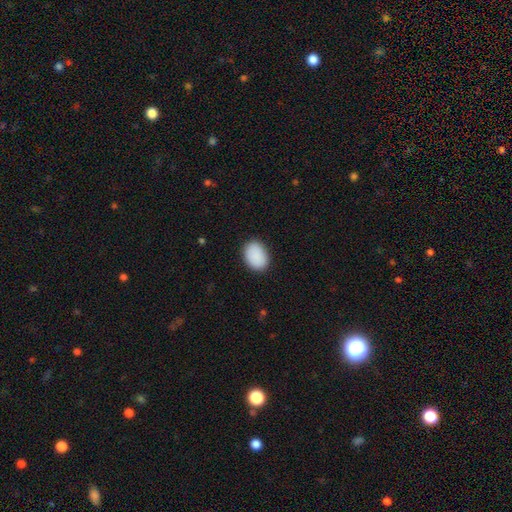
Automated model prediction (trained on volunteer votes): smooth-or-featured: smooth: 90% | star or artifact: 6% | featured or disk: 3%
  how-rounded: in between: 80% | round: 19% | cigar-shaped: 1%
  merging: none: 87% | minor disturbance: 10% | major disturbance: 2% | merger: 1%